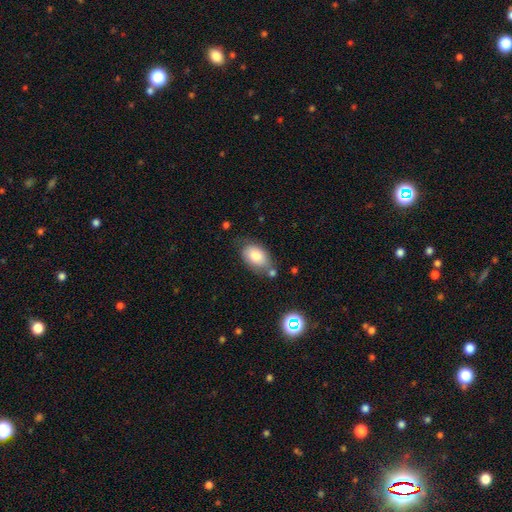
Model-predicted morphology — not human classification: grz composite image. It shows a smooth galaxy with no disk features (78%) that is in between round and cigar-shaped (89%). Merging: none (61%).